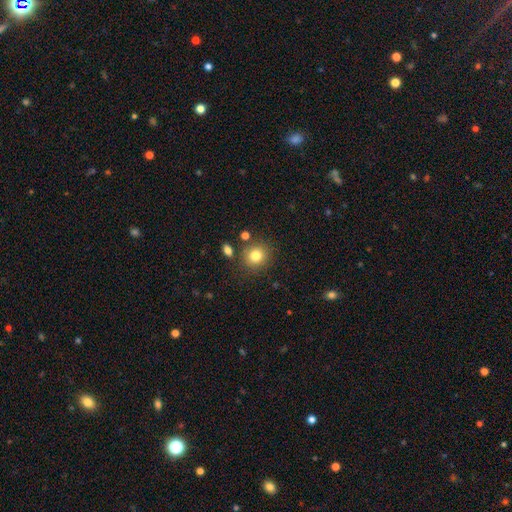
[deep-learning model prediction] Morphology: type=smooth (81%); roundness=round (85%); merging=none (82%).